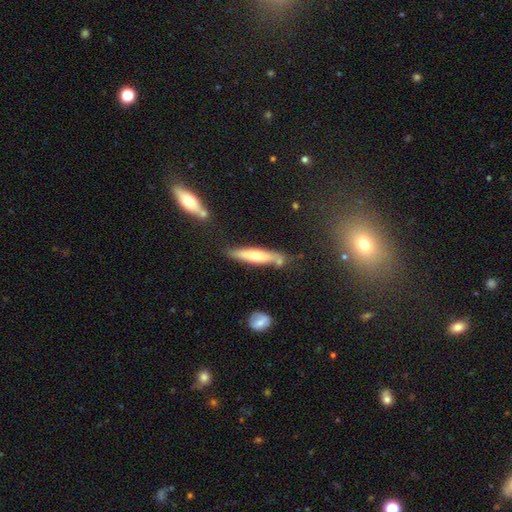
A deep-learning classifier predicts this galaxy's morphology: Smooth or featured? smooth (53%)
How rounded? cigar-shaped (85%)
Merging? none (72%)